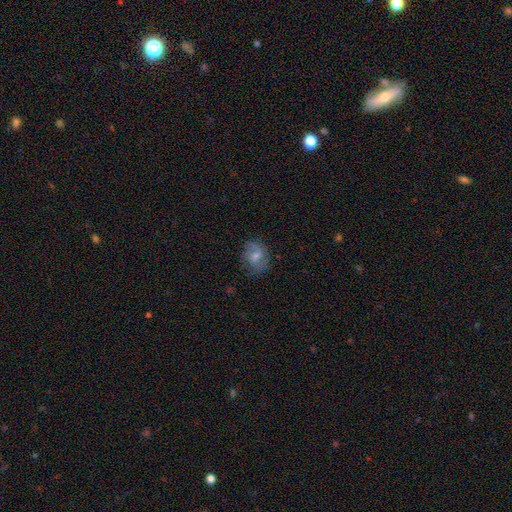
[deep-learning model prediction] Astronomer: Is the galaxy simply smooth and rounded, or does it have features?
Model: smooth — 47% (runner-up: featured or disk, 45%).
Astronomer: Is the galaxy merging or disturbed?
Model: none — 66%.